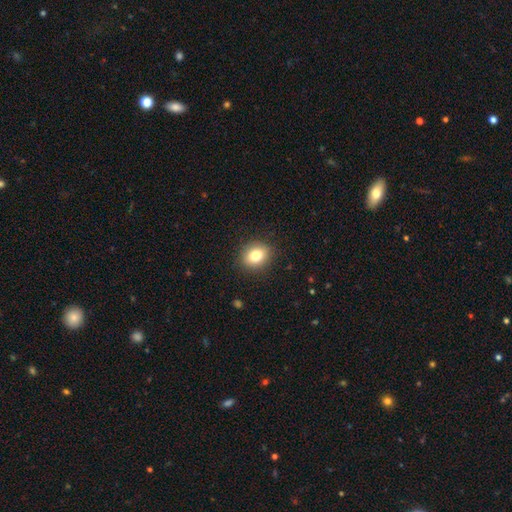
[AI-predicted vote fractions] Morphology: type=smooth (81%); roundness=round (56%); merging=none (89%).